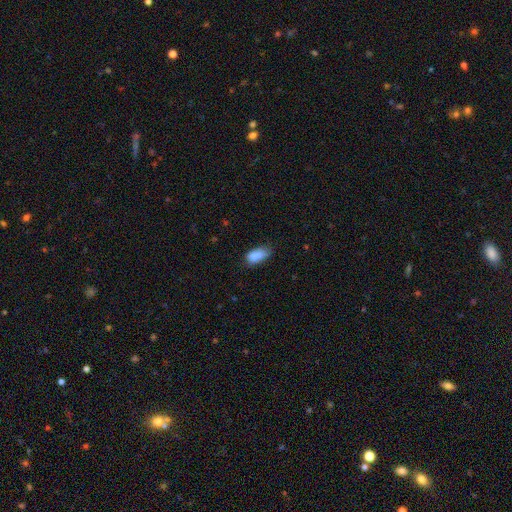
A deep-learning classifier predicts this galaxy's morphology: type=smooth (86%); roundness=in between (89%); merging=none (54%).